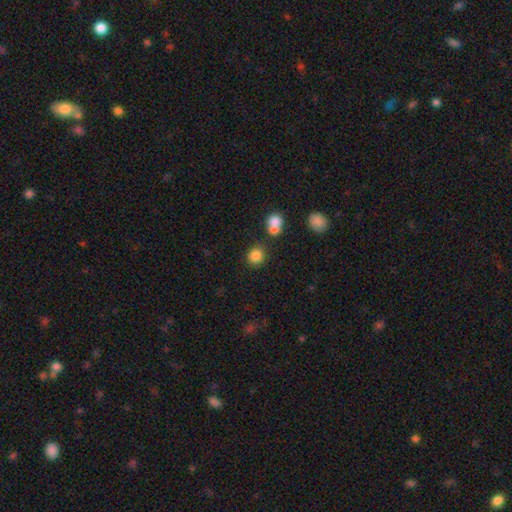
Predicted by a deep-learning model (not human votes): The model was most divided on "merging": none: 76%, merger: 12%, minor disturbance: 9%, major disturbance: 3%. More confident: how rounded — round (85%); smooth or featured — smooth (83%).